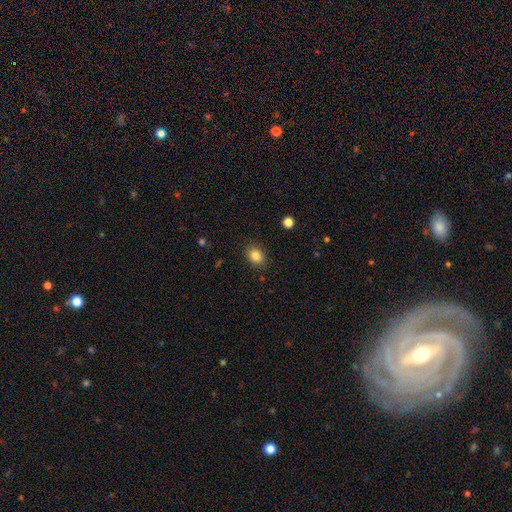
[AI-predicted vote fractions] Q: Smooth or featured?
A: smooth (84%); runner-up: star or artifact (10%)
Q: How rounded?
A: in between (67%); runner-up: round (32%)
Q: Merging?
A: none (87%); runner-up: minor disturbance (9%)